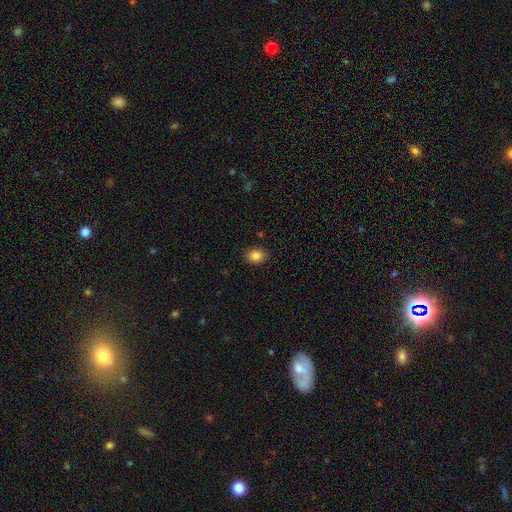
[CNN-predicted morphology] type=smooth (86%); roundness=in between (50%); merging=none (87%).